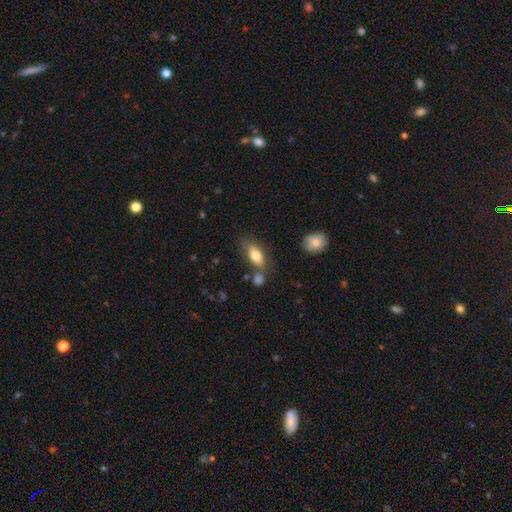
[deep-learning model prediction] A smooth galaxy with no disk features (76%) that is in between round and cigar-shaped (84%).

Vote fractions:
- Smooth or featured? smooth: 76% / featured or disk: 17% / star or artifact: 7%
- How rounded? in between: 84% / cigar-shaped: 12% / round: 4%
- Merging? none: 64% / minor disturbance: 19% / merger: 11% / major disturbance: 6%